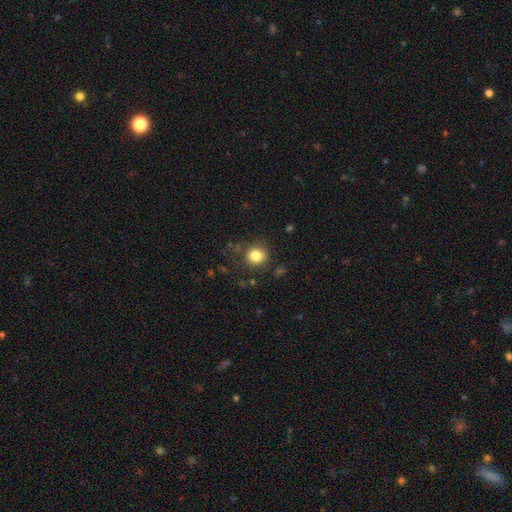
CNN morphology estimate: smooth 83%, star or artifact 11%, featured or disk 6%. Down the decision tree: how rounded — round (86%); merging — none (83%).